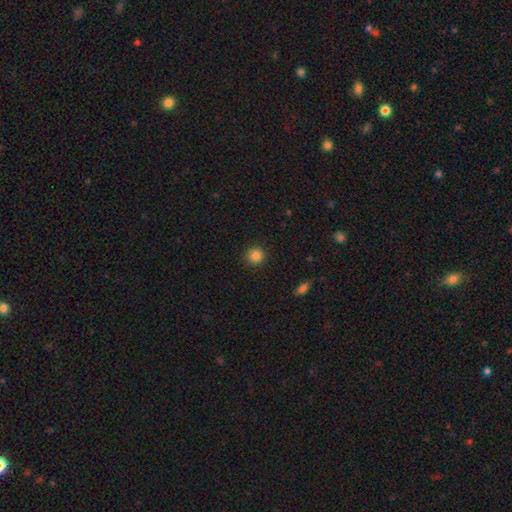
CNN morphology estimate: This appears to be a smooth galaxy with no disk features (85%) that is round (92%). Merging: none (90%).